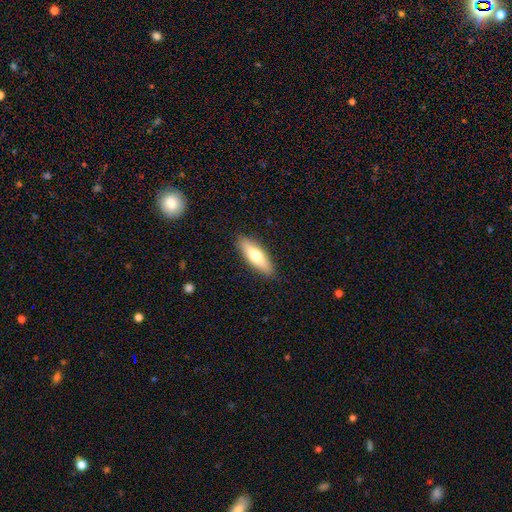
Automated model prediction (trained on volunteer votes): Smooth or featured: smooth — 67% (featured or disk — 27%)
How rounded: in between — 53% (cigar-shaped — 45%)
Merging: none — 88% (minor disturbance — 9%)